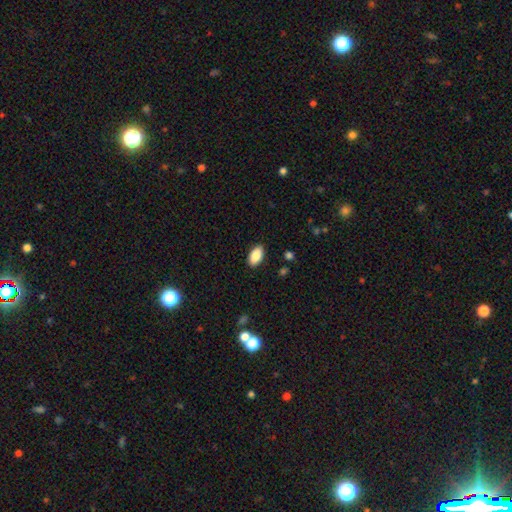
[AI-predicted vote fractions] The model was most divided on "merging": none: 89%, minor disturbance: 8%, major disturbance: 2%, merger: 1%. More confident: how rounded — in between (94%); smooth or featured — smooth (88%).